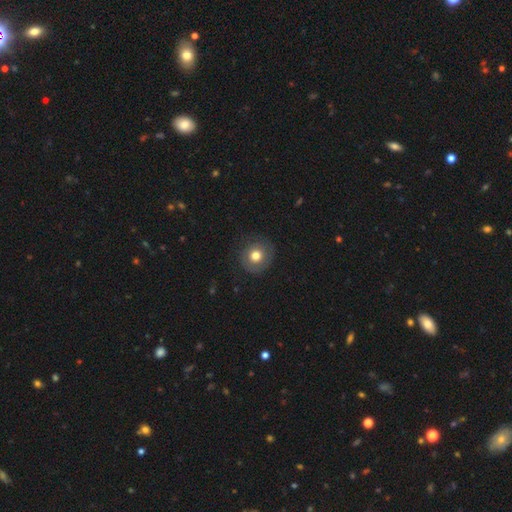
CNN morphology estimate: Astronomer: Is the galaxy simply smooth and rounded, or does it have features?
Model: smooth — 70%.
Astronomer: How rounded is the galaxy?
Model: round — 91%.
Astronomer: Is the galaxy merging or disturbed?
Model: none — 83%.